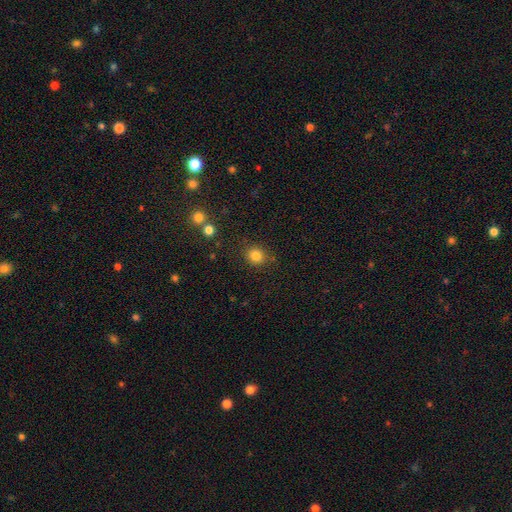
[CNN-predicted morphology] The model was most divided on "how rounded": round: 82%, in between: 17%, cigar-shaped: 1%. More confident: merging — none (85%); smooth or featured — smooth (83%).